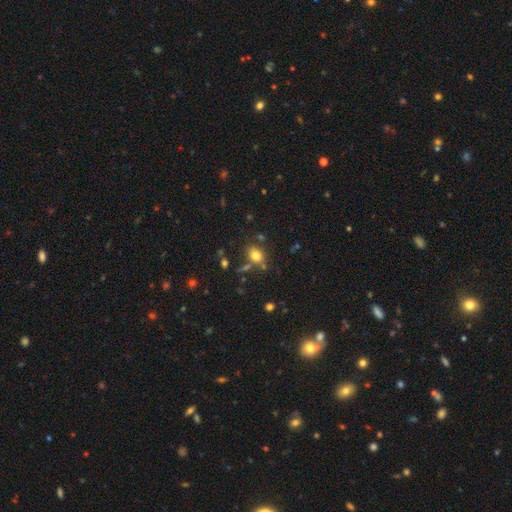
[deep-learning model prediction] This appears to be a smooth galaxy with no disk features (78%) that is in between round and cigar-shaped (54%). Merging: none (68%).